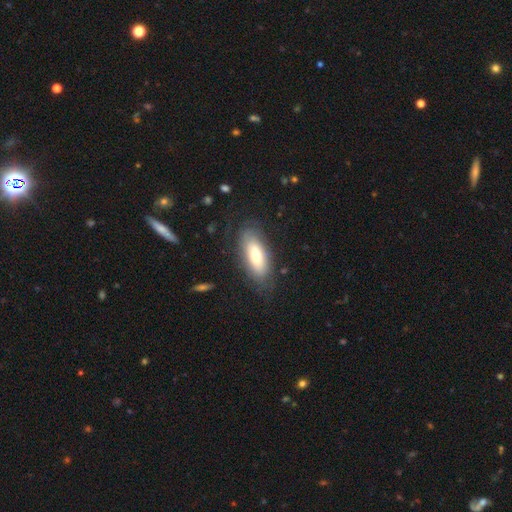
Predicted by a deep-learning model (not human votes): Smooth or featured: smooth — 66% (featured or disk — 28%)
How rounded: in between — 83% (cigar-shaped — 15%)
Merging: none — 76% (minor disturbance — 16%)